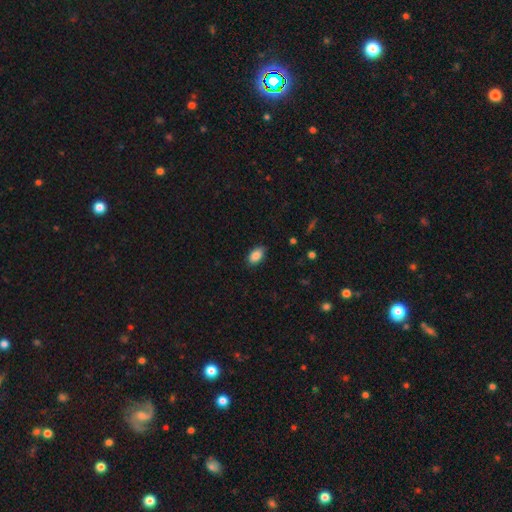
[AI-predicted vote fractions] smooth-or-featured: smooth: 88% | star or artifact: 7% | featured or disk: 5%
  how-rounded: in between: 93% | round: 5% | cigar-shaped: 2%
  merging: none: 86% | minor disturbance: 11% | major disturbance: 2% | merger: 1%